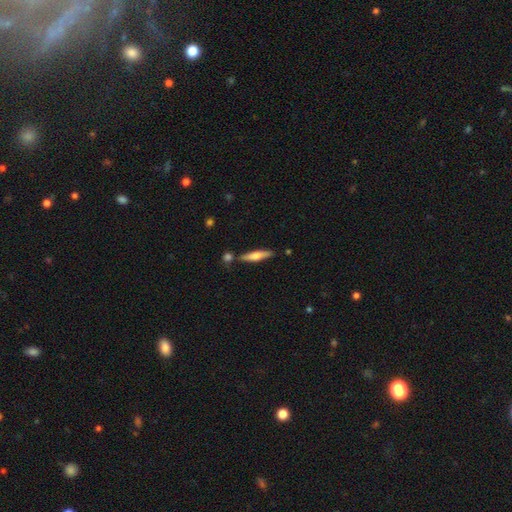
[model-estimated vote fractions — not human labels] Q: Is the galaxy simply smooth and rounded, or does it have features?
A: smooth — 58%.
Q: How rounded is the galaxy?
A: cigar-shaped — 83%.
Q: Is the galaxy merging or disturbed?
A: none — 76%.